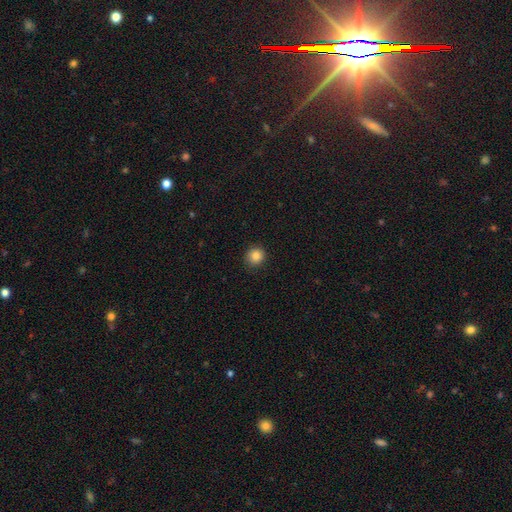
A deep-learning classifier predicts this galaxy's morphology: Q: Smooth or featured?
A: smooth (85%); runner-up: star or artifact (11%)
Q: How rounded?
A: round (88%); runner-up: in between (11%)
Q: Merging?
A: none (88%); runner-up: minor disturbance (9%)